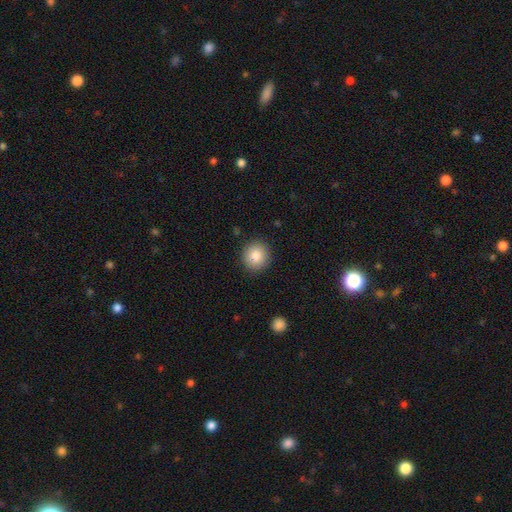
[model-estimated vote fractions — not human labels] Smooth or featured: smooth — 82% (star or artifact — 9%)
How rounded: round — 92% (in between — 7%)
Merging: none — 90% (minor disturbance — 7%)